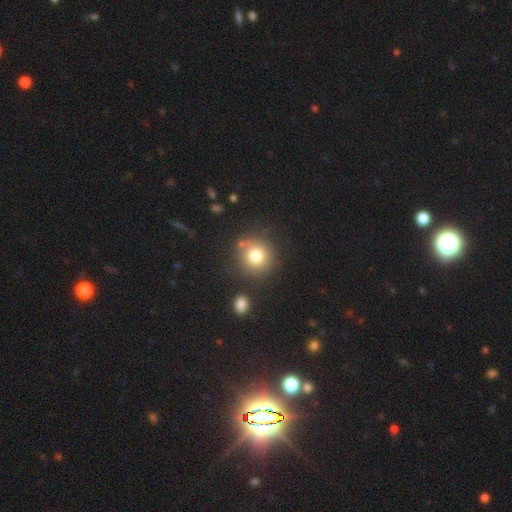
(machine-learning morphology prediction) Smooth or featured? Predicted: smooth (p=0.78). How rounded? Predicted: round (p=0.91). Merging? Predicted: none (p=0.79).